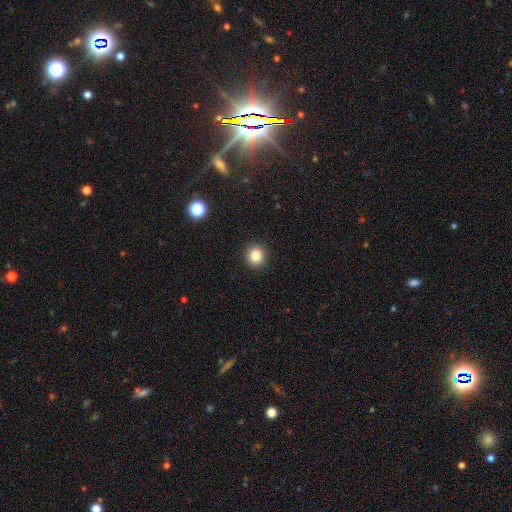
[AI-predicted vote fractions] A smooth galaxy with no disk features (84%) that is round (90%). Merging: none (92%).